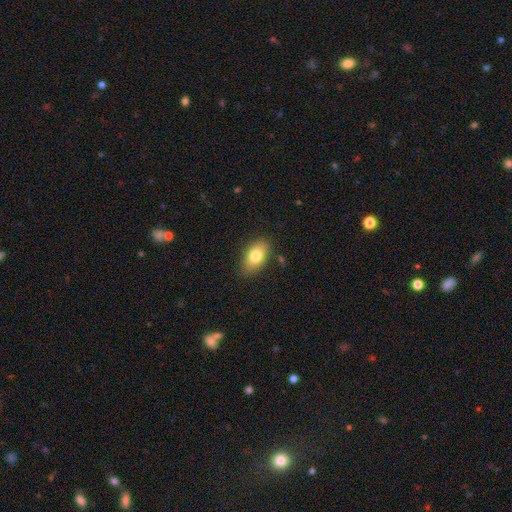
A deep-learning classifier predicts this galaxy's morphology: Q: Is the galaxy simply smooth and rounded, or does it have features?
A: smooth — 79%.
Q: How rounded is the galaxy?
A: in between — 90%.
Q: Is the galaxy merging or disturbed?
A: none — 82%.